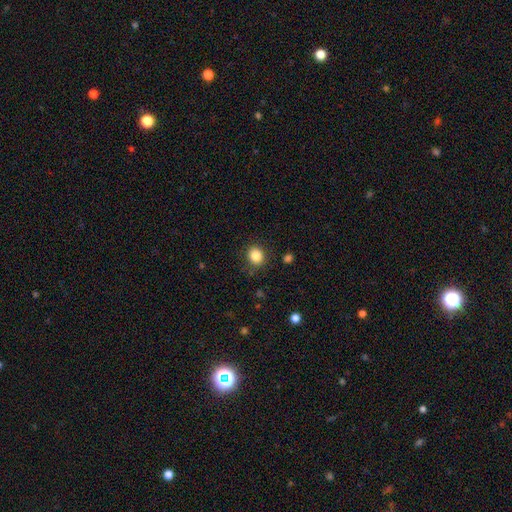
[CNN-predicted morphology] Overall: smooth (85%). How rounded: round (78%). Merging: none (87%).